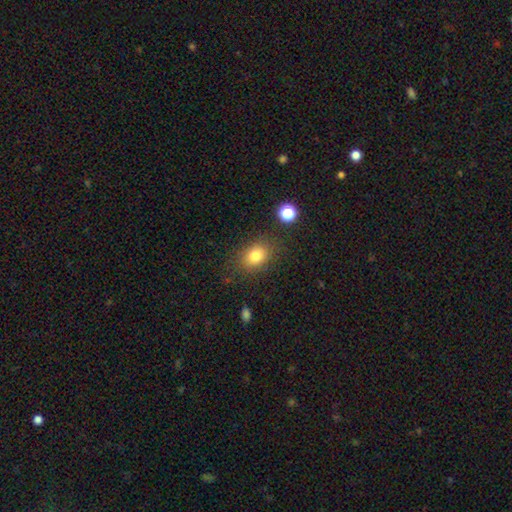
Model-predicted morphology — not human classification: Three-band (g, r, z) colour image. It shows a smooth galaxy with no disk features (80%) that is in between round and cigar-shaped (62%). Merging: none (79%).